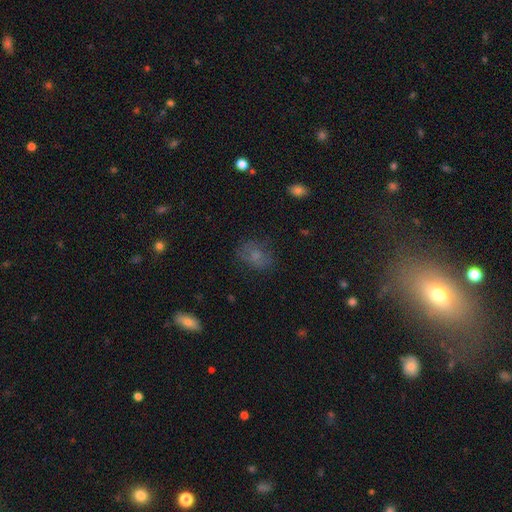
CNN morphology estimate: type=smooth (67%); roundness=in between (66%); merging=none (66%).